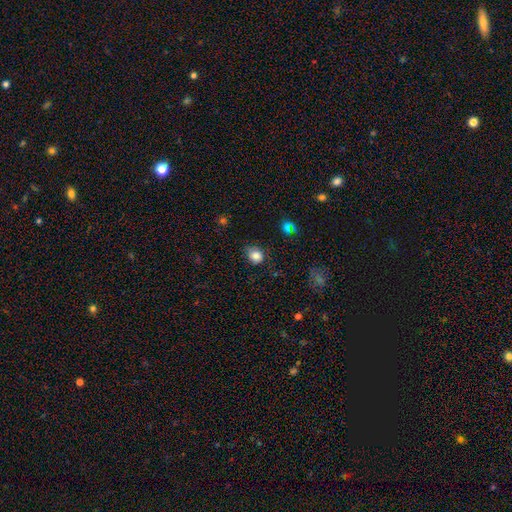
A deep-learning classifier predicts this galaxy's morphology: The model was most divided on "how rounded": round: 66%, in between: 33%, cigar-shaped: 1%. More confident: smooth or featured — smooth (84%); merging — none (65%).